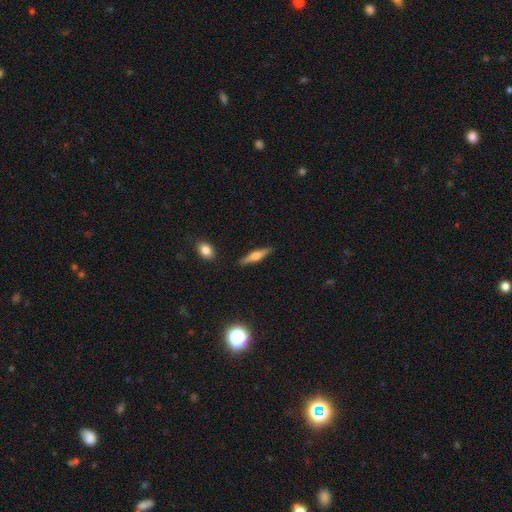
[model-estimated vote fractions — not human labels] Smooth or featured? Predicted: featured or disk (p=0.53). Edge-on disk? Predicted: yes (p=0.96). Edge-on bulge? Predicted: rounded (p=0.81). Merging? Predicted: none (p=0.88).